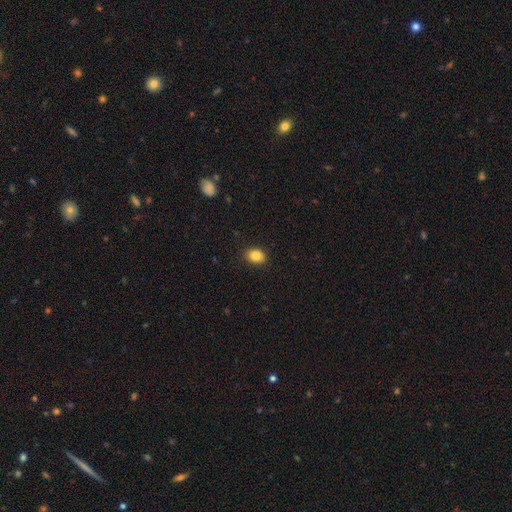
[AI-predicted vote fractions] Smooth or featured? smooth (85%)
How rounded? in between (68%)
Merging? none (89%)